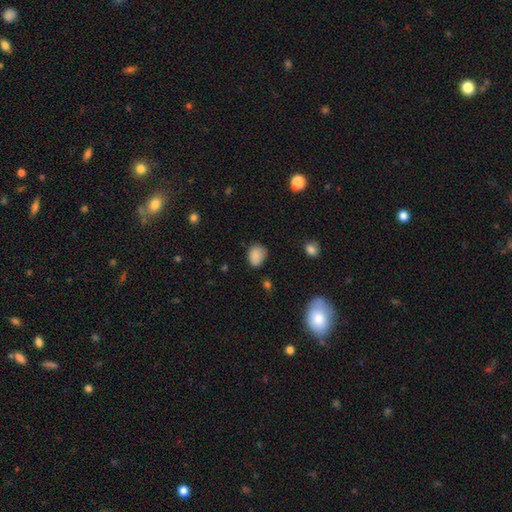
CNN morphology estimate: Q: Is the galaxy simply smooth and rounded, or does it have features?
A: smooth — 85%.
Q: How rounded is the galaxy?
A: in between — 55%.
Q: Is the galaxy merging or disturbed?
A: none — 66%.